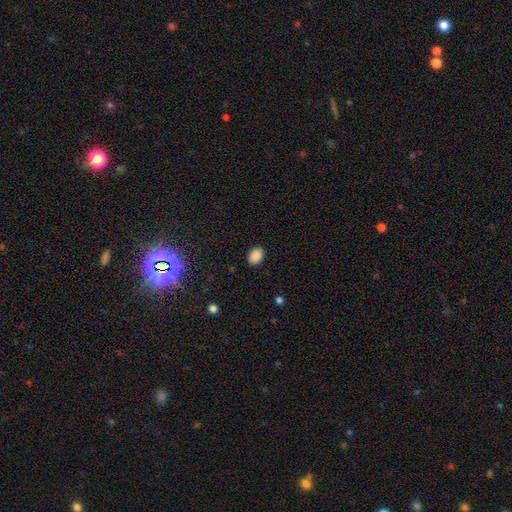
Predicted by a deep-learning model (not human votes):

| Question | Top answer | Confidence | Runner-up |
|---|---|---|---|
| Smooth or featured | smooth | 87% | star or artifact (9%) |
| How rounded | in between | 77% | round (22%) |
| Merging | none | 87% | minor disturbance (9%) |